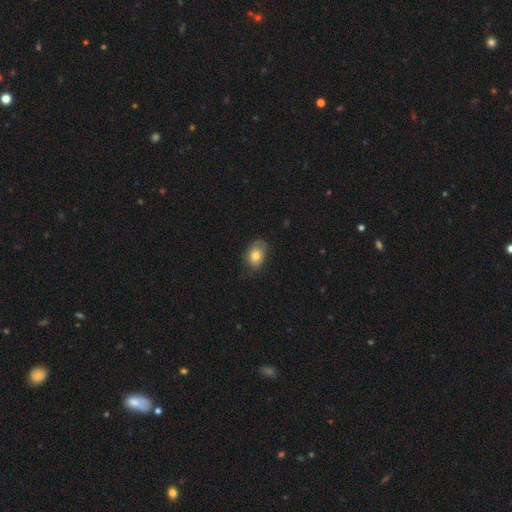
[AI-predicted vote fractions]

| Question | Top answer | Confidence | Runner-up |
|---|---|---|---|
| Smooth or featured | smooth | 69% | featured or disk (24%) |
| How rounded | in between | 74% | round (25%) |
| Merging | none | 58% | minor disturbance (30%) |